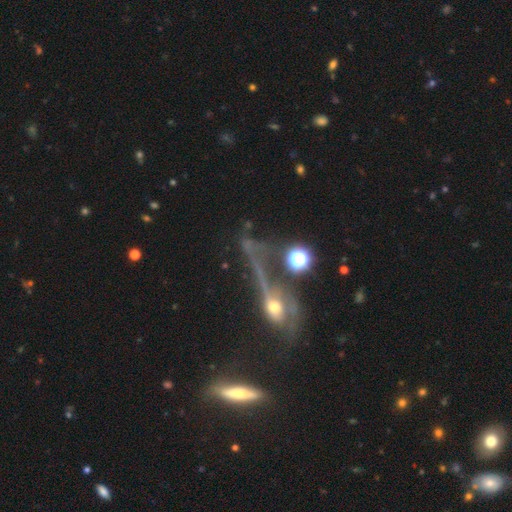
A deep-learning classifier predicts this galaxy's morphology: smooth-or-featured: featured or disk: 55% | smooth: 24% | star or artifact: 21%
  disk-edge-on: no: 57% | yes: 43%
  merging: major disturbance: 34% | none: 30% | merger: 22% | minor disturbance: 13%